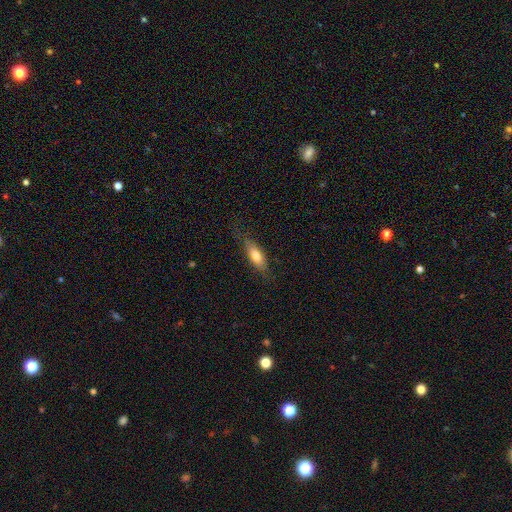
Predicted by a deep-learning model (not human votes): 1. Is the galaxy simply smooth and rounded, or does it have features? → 70% smooth, 24% featured or disk, 6% star or artifact.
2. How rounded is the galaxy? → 62% in between, 35% cigar-shaped, 3% round.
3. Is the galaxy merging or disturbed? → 72% none, 20% minor disturbance, 7% major disturbance, 1% merger.